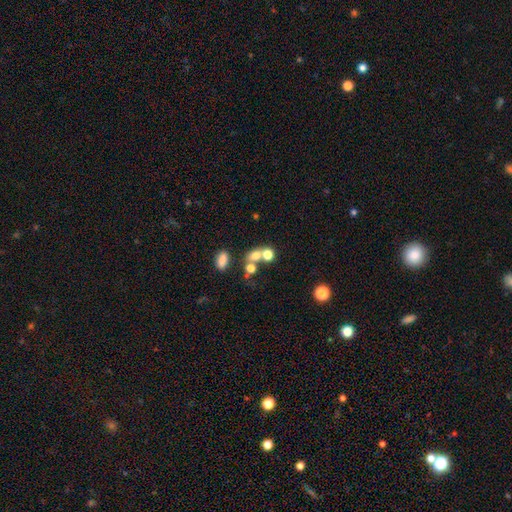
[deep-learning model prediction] smooth-or-featured: smooth: 69% | featured or disk: 16% | star or artifact: 15%
  how-rounded: round: 66% | in between: 32% | cigar-shaped: 2%
  merging: merger: 54% | none: 33% | minor disturbance: 7% | major disturbance: 5%